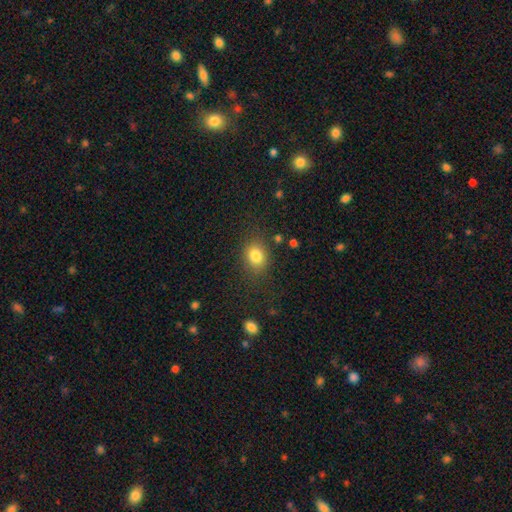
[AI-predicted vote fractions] Smooth or featured? Predicted: smooth (p=0.82). How rounded? Predicted: in between (p=0.51). Merging? Predicted: none (p=0.80).